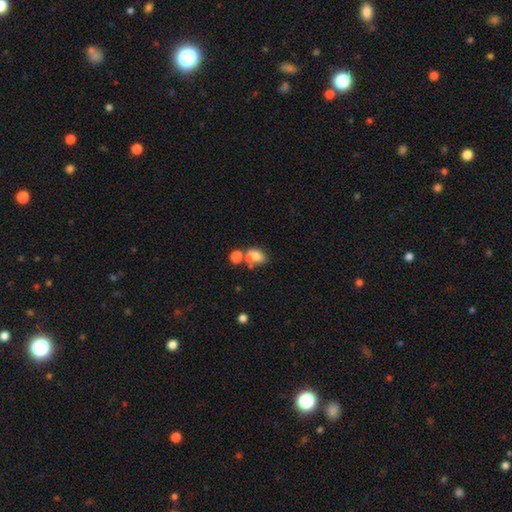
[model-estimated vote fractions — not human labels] A smooth galaxy with no disk features (70%) that is in between round and cigar-shaped (70%).

Vote fractions:
- Smooth or featured? smooth: 70% / featured or disk: 18% / star or artifact: 12%
- How rounded? in between: 70% / round: 28% / cigar-shaped: 2%
- Merging? merger: 47% / none: 32% / minor disturbance: 13% / major disturbance: 8%